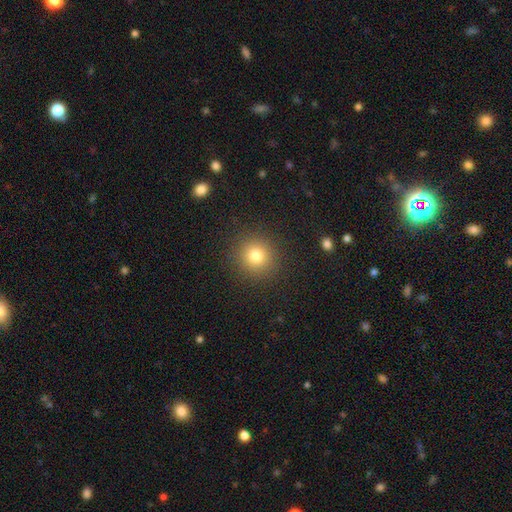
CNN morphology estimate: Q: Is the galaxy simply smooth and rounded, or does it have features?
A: smooth — 79%.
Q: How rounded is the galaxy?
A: round — 91%.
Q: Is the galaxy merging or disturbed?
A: none — 90%.